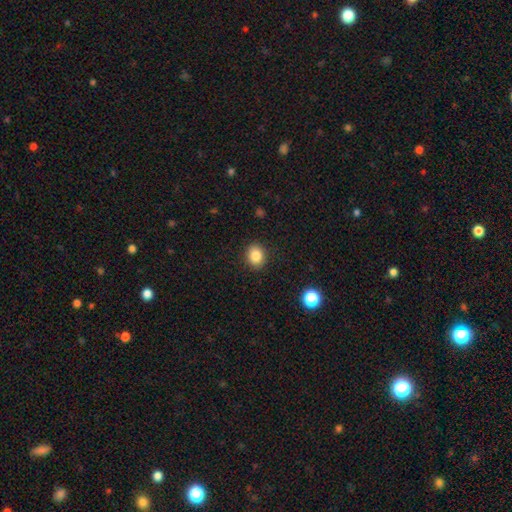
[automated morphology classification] A smooth galaxy with no disk features (84%) that is round (60%). Merging: none (90%).